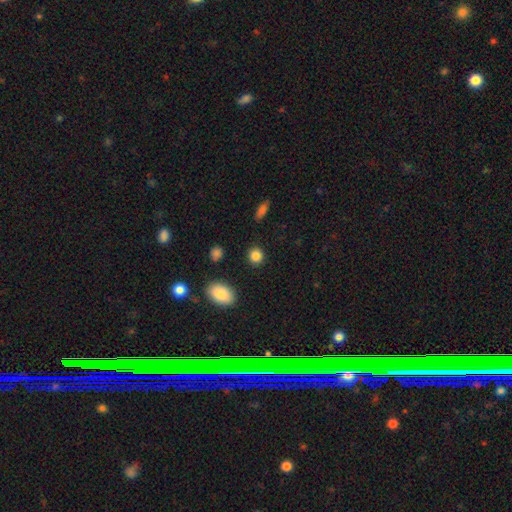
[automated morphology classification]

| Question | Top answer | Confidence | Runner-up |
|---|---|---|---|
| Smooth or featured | smooth | 86% | star or artifact (10%) |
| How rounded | round | 84% | in between (15%) |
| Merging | none | 90% | minor disturbance (6%) |